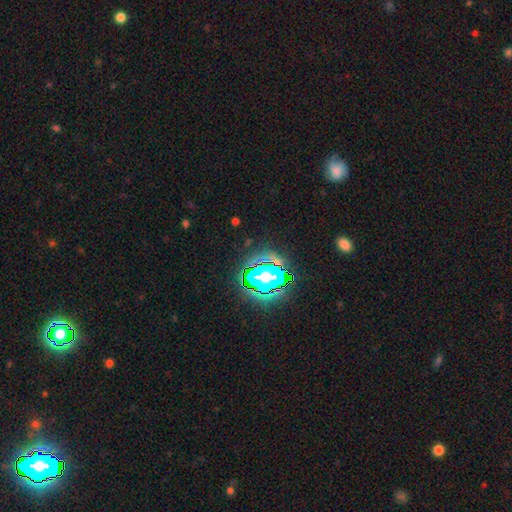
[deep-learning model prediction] Smooth or featured? Predicted: star or artifact (p=0.78).